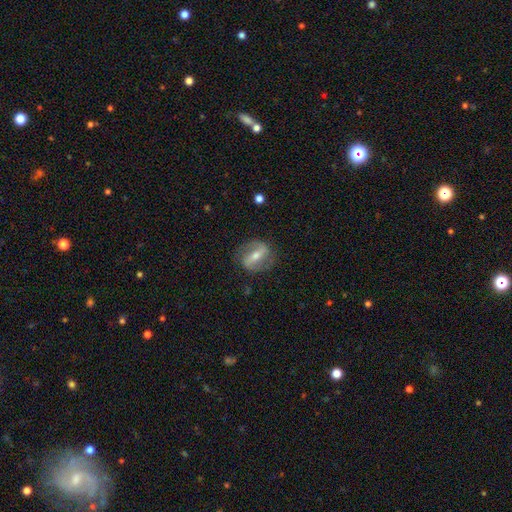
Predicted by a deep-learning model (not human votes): Smooth or featured? featured or disk (77%)
Edge-on disk? no (92%)
Bar? strong (63%)
Spiral arms? yes (79%)
Spiral winding? medium (41%)
Spiral arm count? 2 (87%)
Bulge size? moderate (53%)
Merging? none (83%)